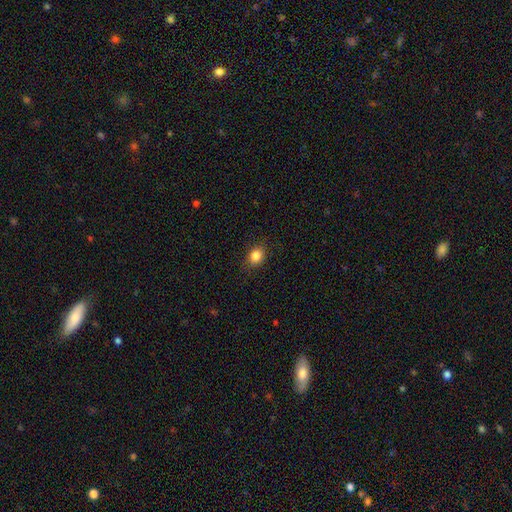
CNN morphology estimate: Smooth or featured? Predicted: smooth (p=0.84). How rounded? Predicted: round (p=0.56). Merging? Predicted: none (p=0.85).